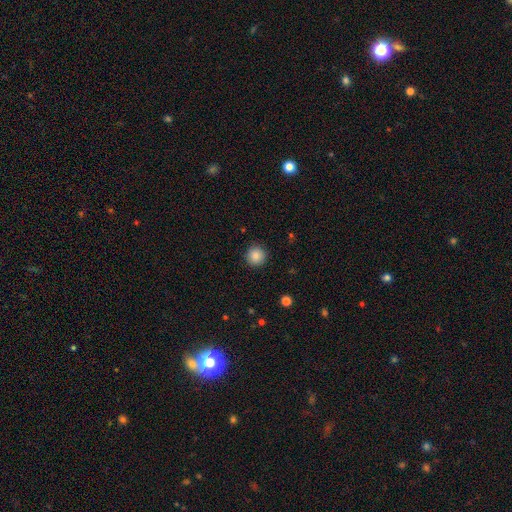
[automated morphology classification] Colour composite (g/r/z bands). It shows a smooth galaxy with no disk features (85%) that is round (95%). Merging: none (91%).